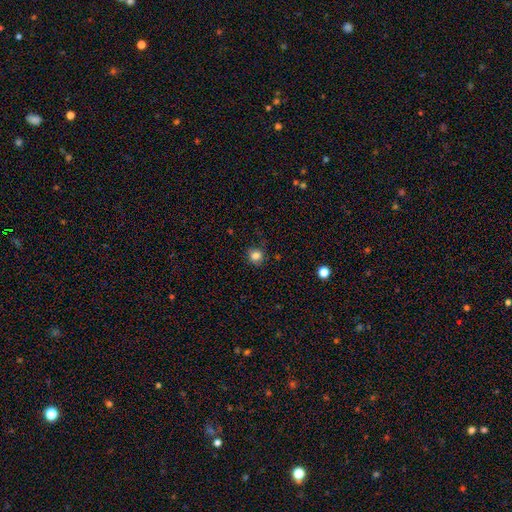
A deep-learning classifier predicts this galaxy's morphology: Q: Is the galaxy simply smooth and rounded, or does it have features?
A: smooth — 83%.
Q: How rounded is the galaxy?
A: round — 87%.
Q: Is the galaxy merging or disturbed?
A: none — 84%.